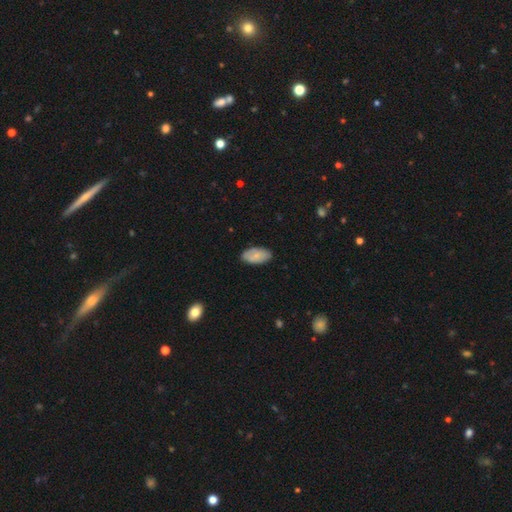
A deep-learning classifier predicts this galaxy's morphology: Smooth or featured? smooth (73%)
How rounded? in between (94%)
Merging? none (82%)